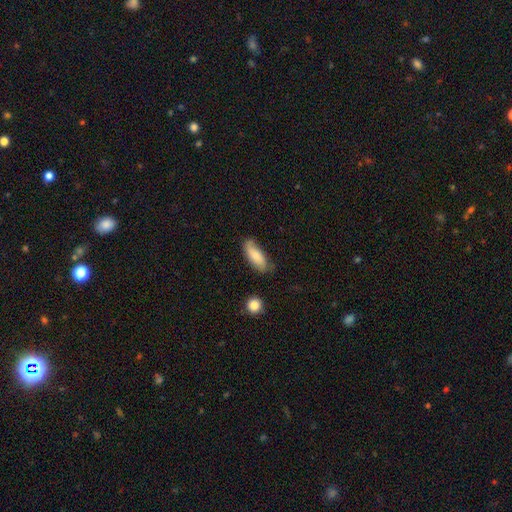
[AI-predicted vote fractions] The model was most divided on "merging": none: 64%, minor disturbance: 27%, major disturbance: 6%, merger: 3%. More confident: how rounded — in between (76%); smooth or featured — smooth (72%).